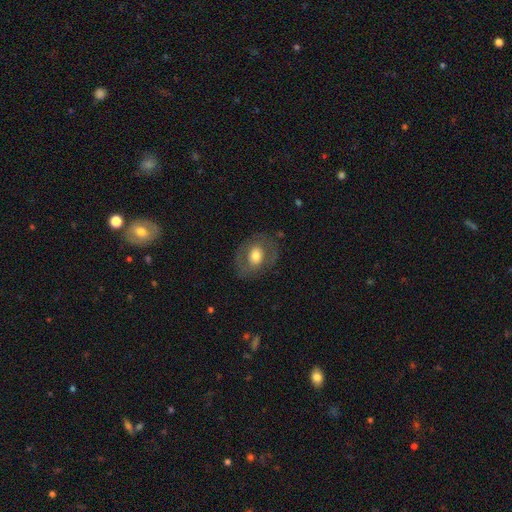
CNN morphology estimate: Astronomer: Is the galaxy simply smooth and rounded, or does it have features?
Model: smooth — 54% (runner-up: featured or disk, 39%).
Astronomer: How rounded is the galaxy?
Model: in between — 59% (runner-up: round, 40%).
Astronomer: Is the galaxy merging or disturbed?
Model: none — 76%.